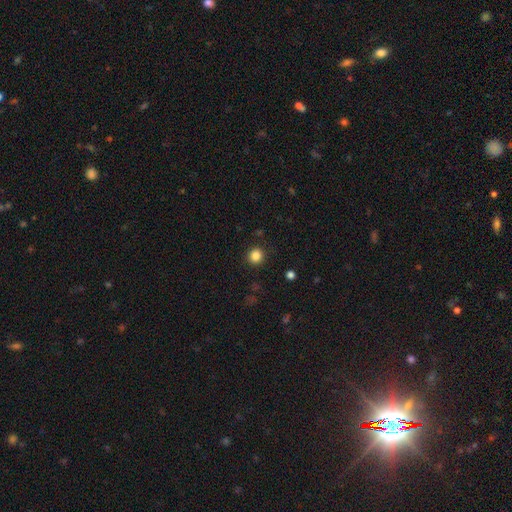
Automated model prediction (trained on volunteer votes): A smooth galaxy with no disk features (85%) that is round (93%).

Vote fractions:
- Smooth or featured? smooth: 85% / star or artifact: 11% / featured or disk: 3%
- How rounded? round: 93% / in between: 6% / cigar-shaped: 1%
- Merging? none: 91% / minor disturbance: 6% / major disturbance: 2% / merger: 1%